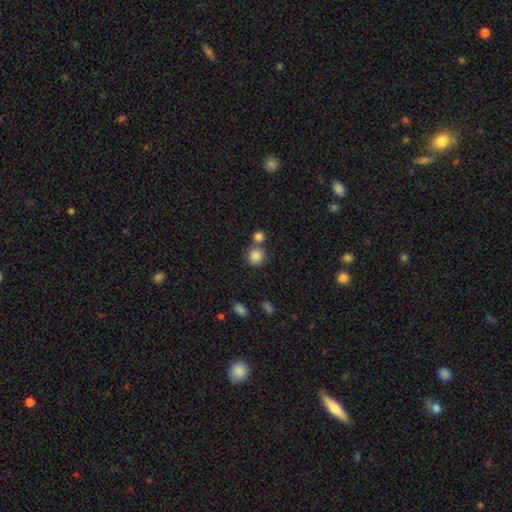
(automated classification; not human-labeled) A smooth galaxy with no disk features (86%) that is round (88%). Merging: none (60%).